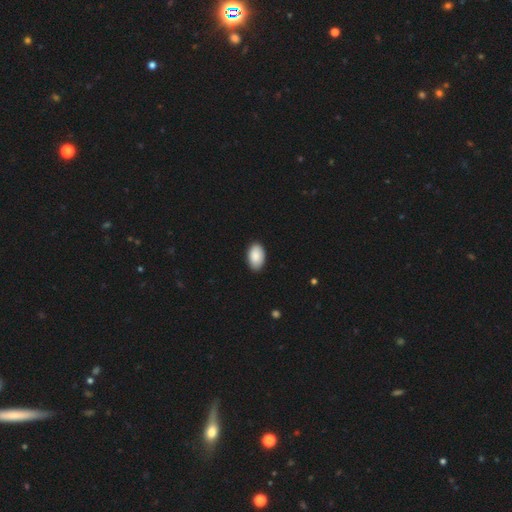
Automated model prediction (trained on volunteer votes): Smooth or featured? smooth (90%)
How rounded? in between (95%)
Merging? none (88%)